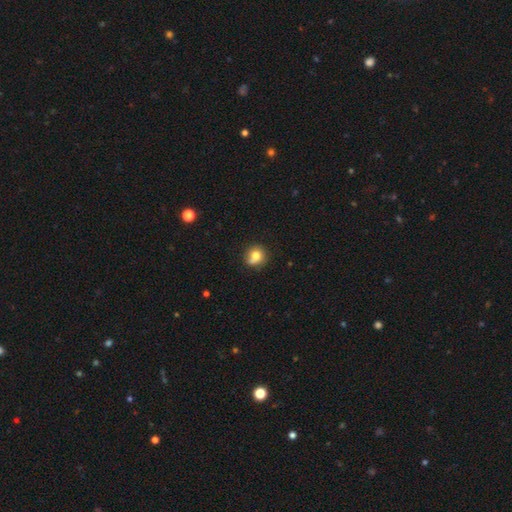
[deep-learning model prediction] Smooth or featured? Predicted: smooth (p=0.77). How rounded? Predicted: round (p=0.84). Merging? Predicted: none (p=0.64).